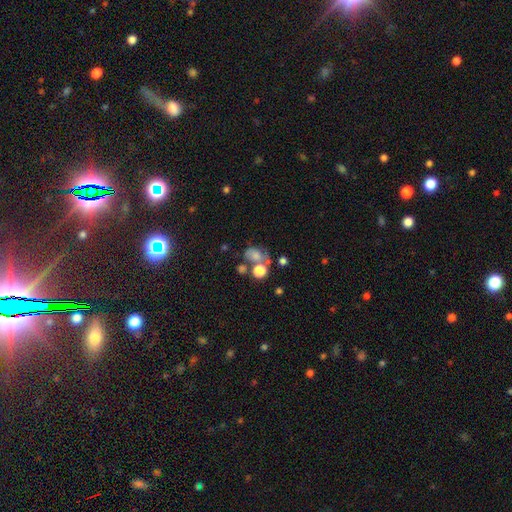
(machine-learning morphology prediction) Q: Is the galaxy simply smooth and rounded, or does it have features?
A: smooth — 60%.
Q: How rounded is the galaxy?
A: round — 53%.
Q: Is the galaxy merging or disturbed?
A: merger — 34%.